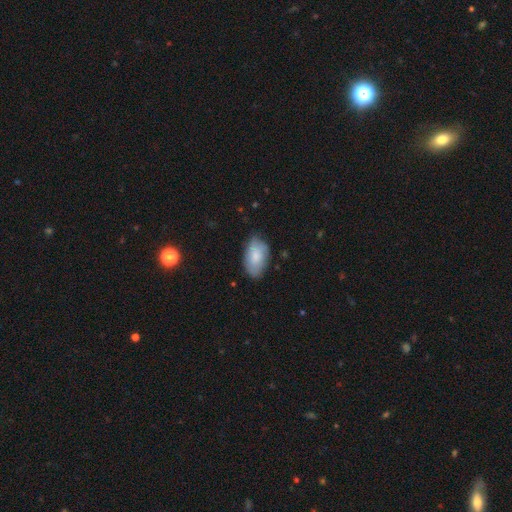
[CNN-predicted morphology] Smooth or featured? smooth (78%)
How rounded? in between (94%)
Merging? none (70%)